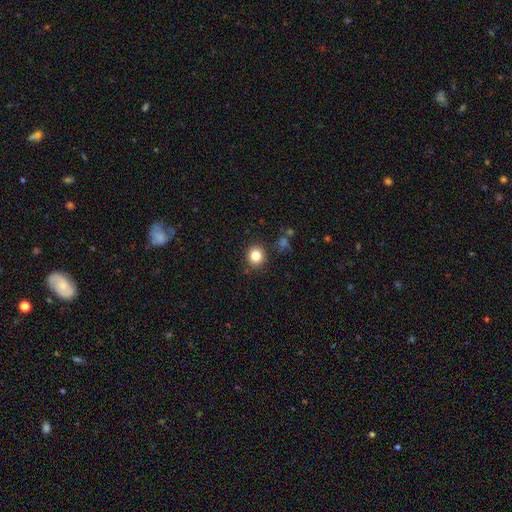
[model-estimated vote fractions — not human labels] A smooth galaxy with no disk features (82%) that is round (88%). Merging: none (88%).